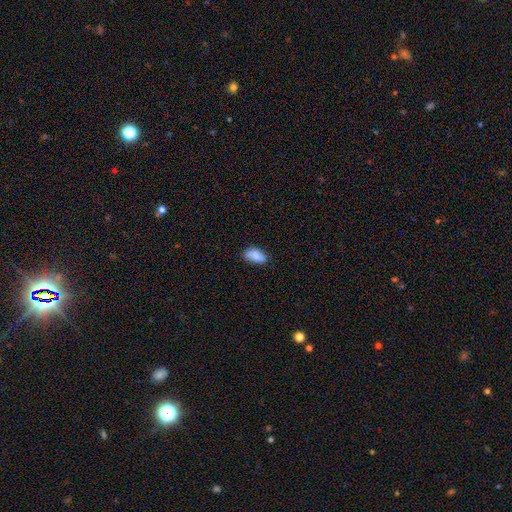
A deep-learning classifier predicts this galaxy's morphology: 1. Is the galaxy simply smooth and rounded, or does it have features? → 84% smooth, 8% featured or disk, 7% star or artifact.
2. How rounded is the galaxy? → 91% in between, 5% cigar-shaped, 4% round.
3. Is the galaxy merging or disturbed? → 73% none, 22% minor disturbance, 4% major disturbance, 2% merger.